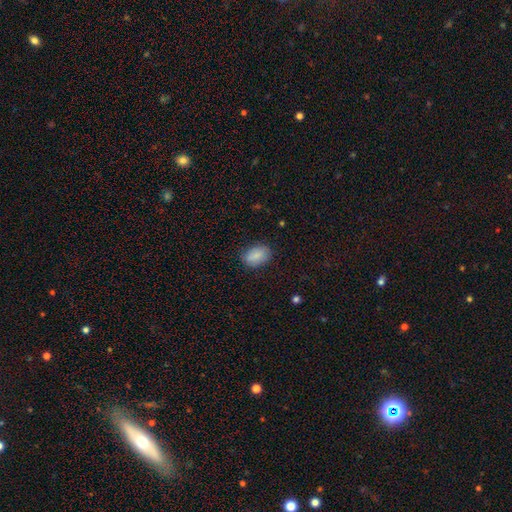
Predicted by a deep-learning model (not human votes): A smooth galaxy with no disk features (87%) that is in between round and cigar-shaped (86%).

Vote fractions:
- Smooth or featured? smooth: 87% / star or artifact: 7% / featured or disk: 6%
- How rounded? in between: 86% / round: 13% / cigar-shaped: 1%
- Merging? none: 82% / minor disturbance: 13% / major disturbance: 3% / merger: 1%